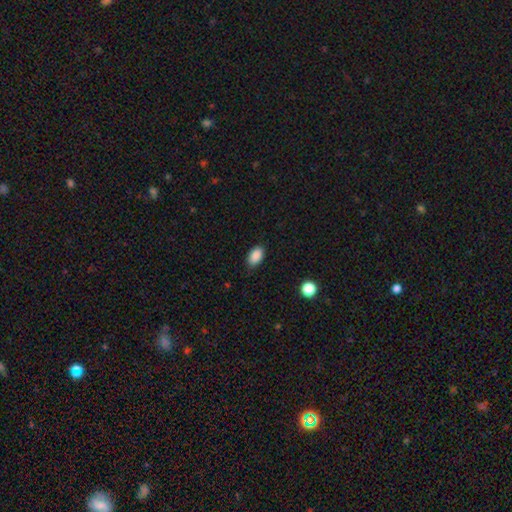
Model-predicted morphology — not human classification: Q: Smooth or featured?
A: smooth (89%); runner-up: star or artifact (8%)
Q: How rounded?
A: in between (91%); runner-up: round (8%)
Q: Merging?
A: none (84%); runner-up: minor disturbance (13%)